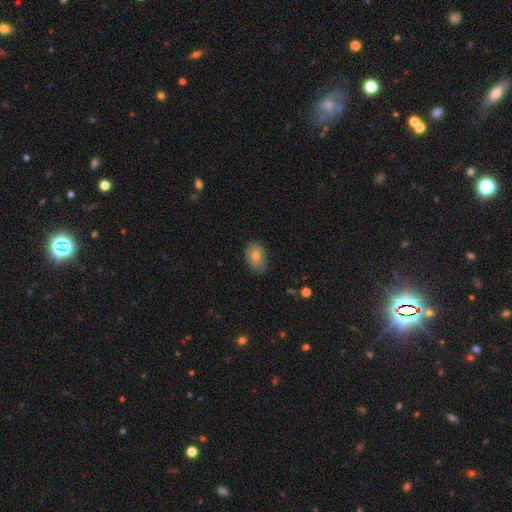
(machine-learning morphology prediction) This is likely a smooth galaxy (68%). How rounded: clearly in between (83%). Merging: likely none (76%).